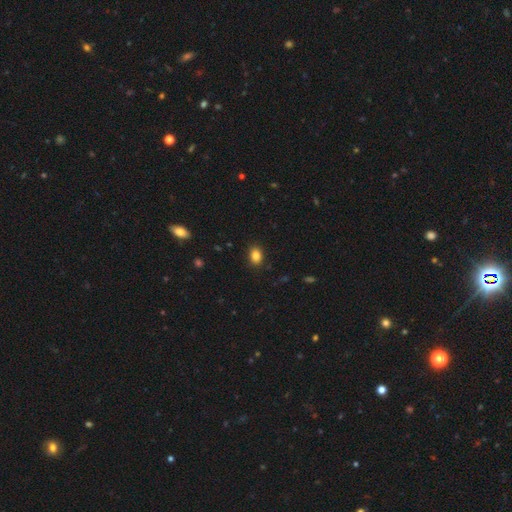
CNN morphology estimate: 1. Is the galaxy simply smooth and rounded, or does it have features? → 86% smooth, 10% star or artifact, 4% featured or disk.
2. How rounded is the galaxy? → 73% in between, 26% round, 1% cigar-shaped.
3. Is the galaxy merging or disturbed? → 88% none, 8% minor disturbance, 2% major disturbance, 1% merger.